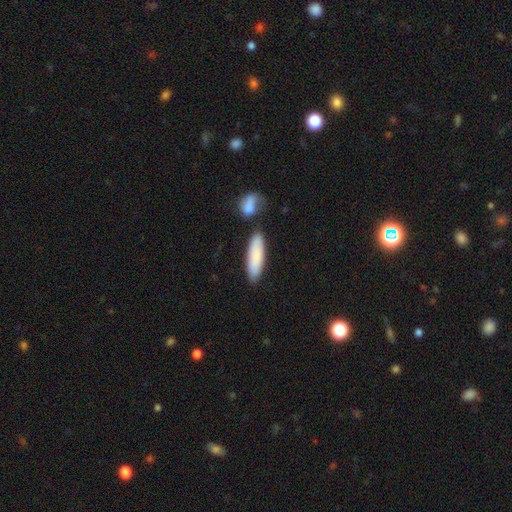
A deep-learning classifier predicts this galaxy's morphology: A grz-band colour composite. It shows a smooth galaxy with no disk features (82%) that is cigar-shaped (55%). Merging: none (75%).